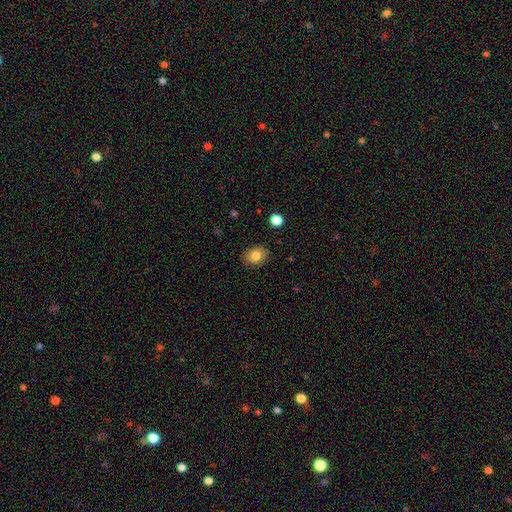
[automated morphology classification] Smooth or featured? Predicted: smooth (p=0.84). How rounded? Predicted: in between (p=0.51). Merging? Predicted: none (p=0.87).